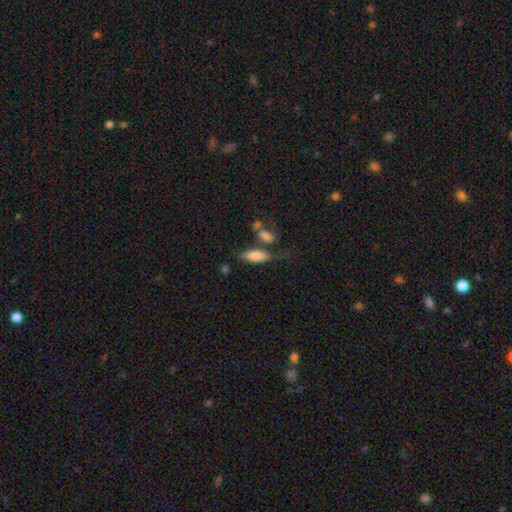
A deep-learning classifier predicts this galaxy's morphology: A smooth galaxy with no disk features (79%) that is in between round and cigar-shaped (69%).

Vote fractions:
- Smooth or featured? smooth: 79% / featured or disk: 14% / star or artifact: 7%
- How rounded? in between: 69% / cigar-shaped: 28% / round: 3%
- Merging? none: 48% / merger: 22% / minor disturbance: 19% / major disturbance: 11%